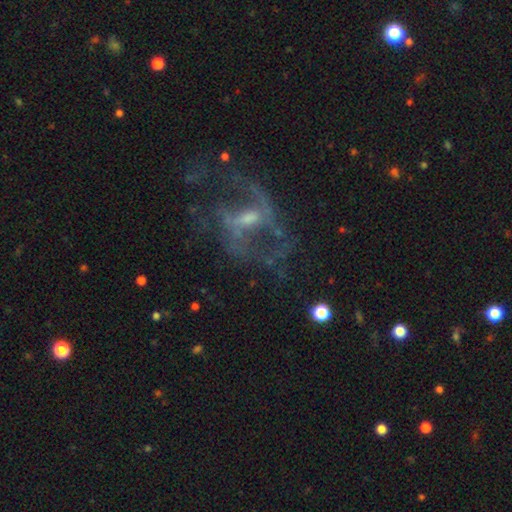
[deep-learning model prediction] smooth-or-featured: featured or disk: 76% | star or artifact: 15% | smooth: 8%
  disk-edge-on: no: 95% | yes: 5%
    bar: weak: 47% | no: 30% | strong: 24%
    has-spiral-arms: yes: 80% | no: 20%
      spiral-winding: loose: 51% | medium: 37% | tight: 12%
      spiral-arm-count: 2: 63% | can't tell: 19% | 3: 7% | 1: 5% | 4: 3% | more than 4: 3%
    bulge-size: small: 57% | moderate: 31% | none: 8% | large: 2% | dominant: 1%
  merging: none: 58% | major disturbance: 24% | minor disturbance: 16% | merger: 3%